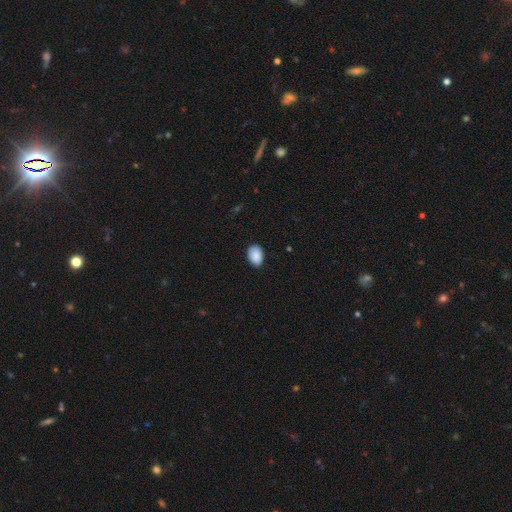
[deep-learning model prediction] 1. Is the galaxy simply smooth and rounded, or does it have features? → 89% smooth, 7% star or artifact, 4% featured or disk.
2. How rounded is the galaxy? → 82% in between, 17% round, 1% cigar-shaped.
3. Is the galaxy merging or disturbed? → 82% none, 15% minor disturbance, 2% major disturbance, 1% merger.